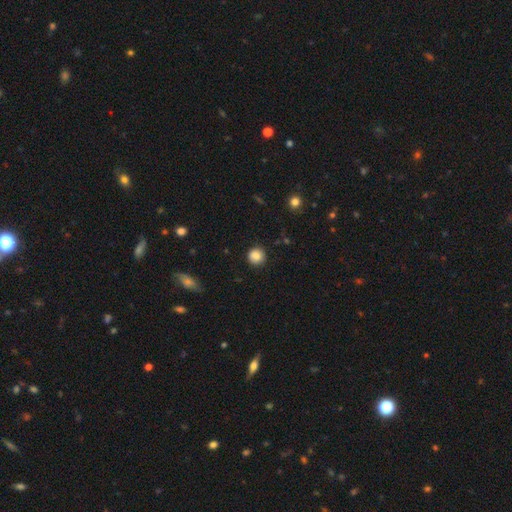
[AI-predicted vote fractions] Smooth or featured? smooth (86%)
How rounded? round (93%)
Merging? none (89%)